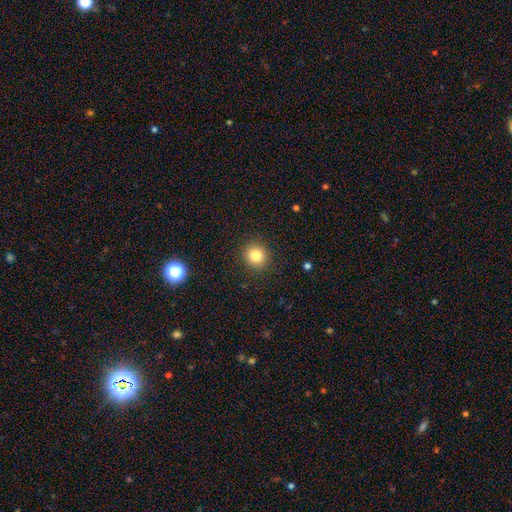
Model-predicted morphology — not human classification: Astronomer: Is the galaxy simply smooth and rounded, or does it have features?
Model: smooth — 82%.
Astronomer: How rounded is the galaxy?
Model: round — 89%.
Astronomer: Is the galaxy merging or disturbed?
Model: none — 90%.